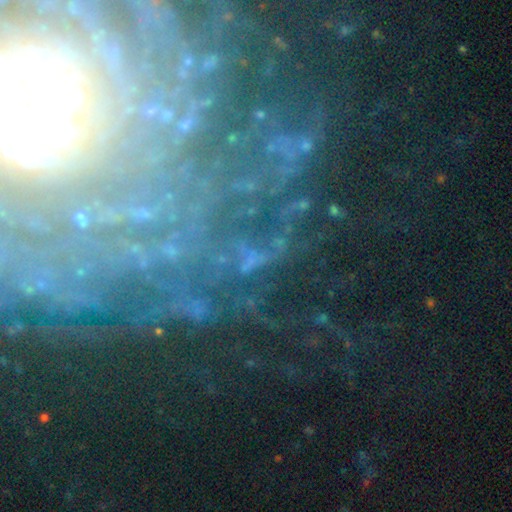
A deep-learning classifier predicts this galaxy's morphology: Smooth or featured? Predicted: featured or disk (p=0.57). Edge-on disk? Predicted: no (p=0.92). Bar? Predicted: no (p=0.58). Spiral arms? Predicted: yes (p=0.85). Bulge size? Predicted: small (p=0.63). Merging? Predicted: none (p=0.69).